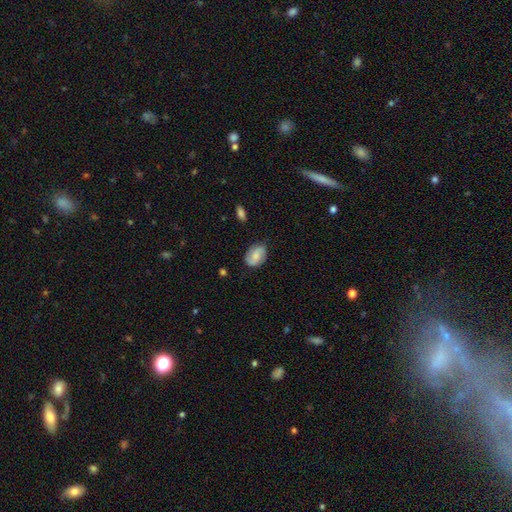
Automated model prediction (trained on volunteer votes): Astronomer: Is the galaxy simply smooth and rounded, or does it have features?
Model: smooth — 47% (runner-up: featured or disk, 46%).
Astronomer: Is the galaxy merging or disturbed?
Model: none — 77%.